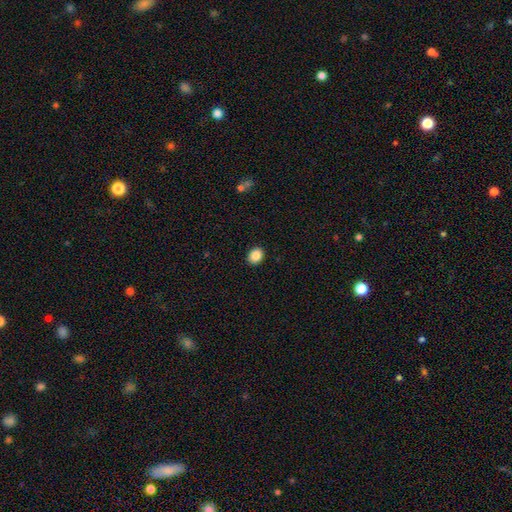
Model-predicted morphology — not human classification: Q: Smooth or featured?
A: smooth (88%); runner-up: star or artifact (9%)
Q: How rounded?
A: in between (51%); runner-up: round (48%)
Q: Merging?
A: none (91%); runner-up: minor disturbance (6%)